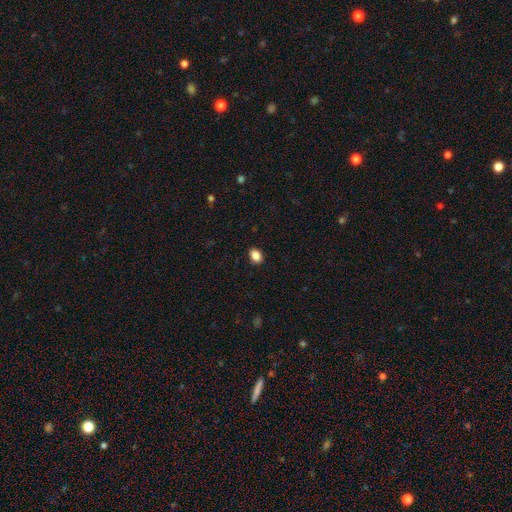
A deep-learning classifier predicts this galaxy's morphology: Q: Smooth or featured?
A: smooth (87%); runner-up: star or artifact (9%)
Q: How rounded?
A: in between (69%); runner-up: round (30%)
Q: Merging?
A: none (90%); runner-up: minor disturbance (8%)